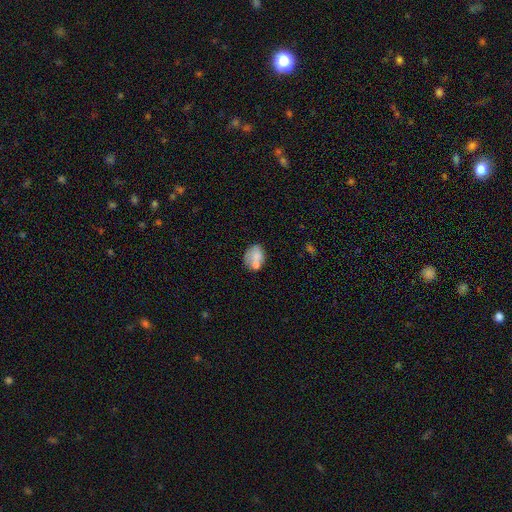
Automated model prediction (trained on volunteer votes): Smooth or featured? smooth (67%)
How rounded? in between (55%)
Merging? none (42%)